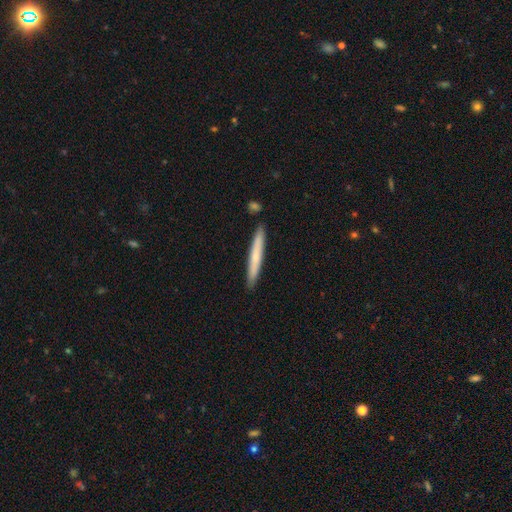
Smooth or featured: smooth — 57% (featured or disk — 42%)
How rounded: cigar-shaped — 100%
Merging: none — 95% (minor disturbance — 5%)